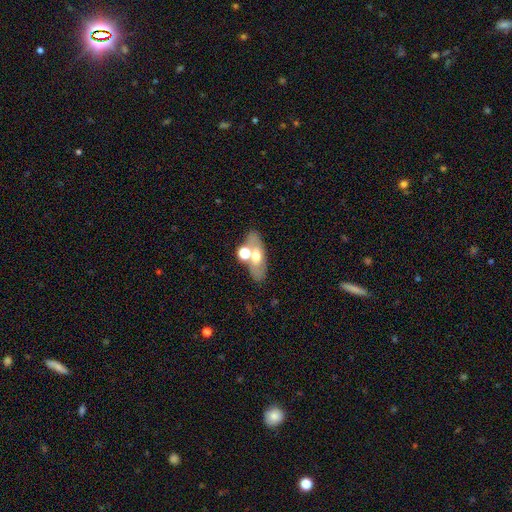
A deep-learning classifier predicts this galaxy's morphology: Overall: smooth (54%; featured or disk 36%). How rounded: in between (69%). Merging: none (64%).